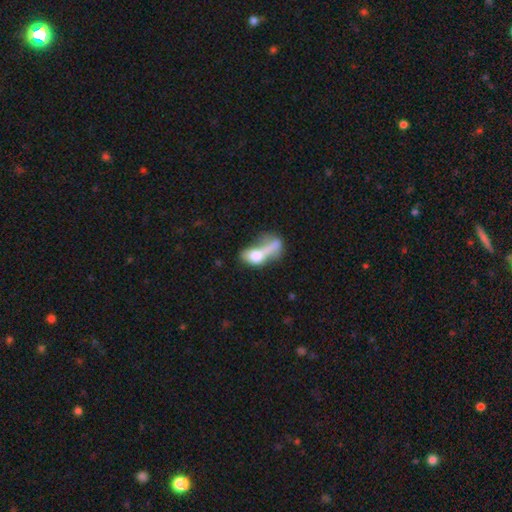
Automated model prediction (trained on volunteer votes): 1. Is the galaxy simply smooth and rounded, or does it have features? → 60% smooth, 30% featured or disk, 10% star or artifact.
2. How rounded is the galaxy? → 66% in between, 18% round, 16% cigar-shaped.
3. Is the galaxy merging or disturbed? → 44% merger, 31% major disturbance, 14% none, 11% minor disturbance.